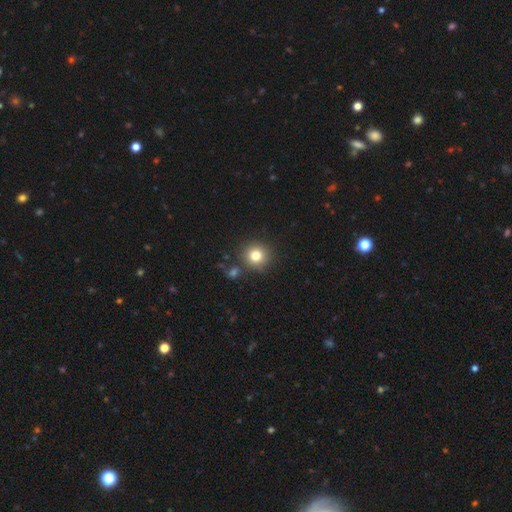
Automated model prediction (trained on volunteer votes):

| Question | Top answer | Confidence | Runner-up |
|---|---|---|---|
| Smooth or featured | smooth | 79% | star or artifact (12%) |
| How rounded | round | 91% | in between (8%) |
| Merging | none | 81% | minor disturbance (9%) |